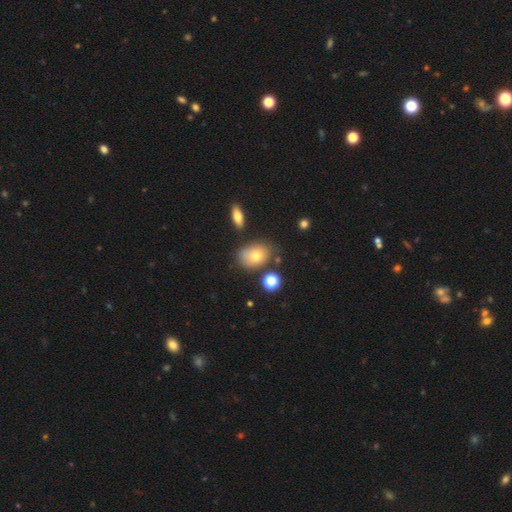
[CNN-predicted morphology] Overall: smooth (71%). How rounded: in between (73%). Merging: none (64%).